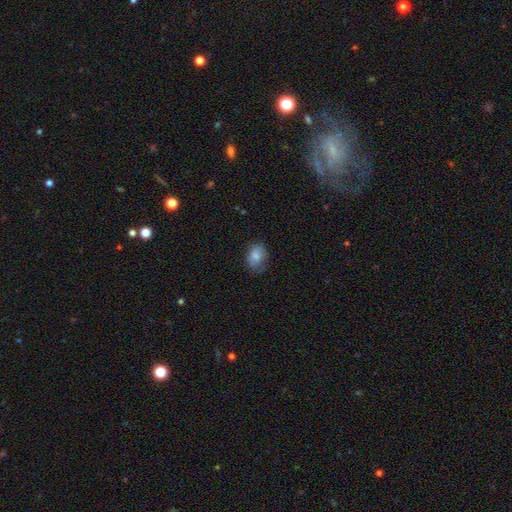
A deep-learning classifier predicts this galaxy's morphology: smooth-or-featured: smooth: 79% | featured or disk: 12% | star or artifact: 8%
  how-rounded: in between: 68% | round: 31% | cigar-shaped: 1%
  merging: none: 67% | minor disturbance: 25% | major disturbance: 7% | merger: 1%